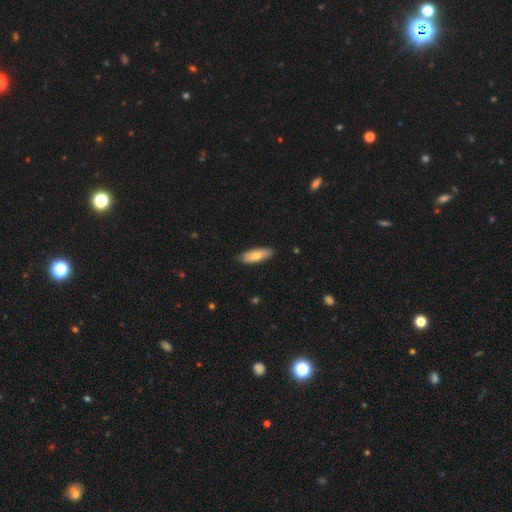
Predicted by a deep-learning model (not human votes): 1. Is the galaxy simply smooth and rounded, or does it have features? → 80% smooth, 14% featured or disk, 5% star or artifact.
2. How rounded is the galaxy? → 58% in between, 40% cigar-shaped, 2% round.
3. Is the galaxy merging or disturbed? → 88% none, 10% minor disturbance, 2% major disturbance, 1% merger.